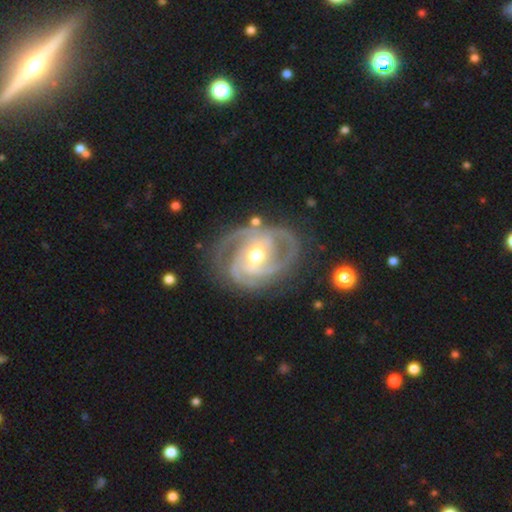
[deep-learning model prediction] A featured or disk galaxy (92%) with a weak bar (43%), 3 (49%) tight (59%) spiral arms (98%) and a moderate central bulge (71%). Merging: none (72%).